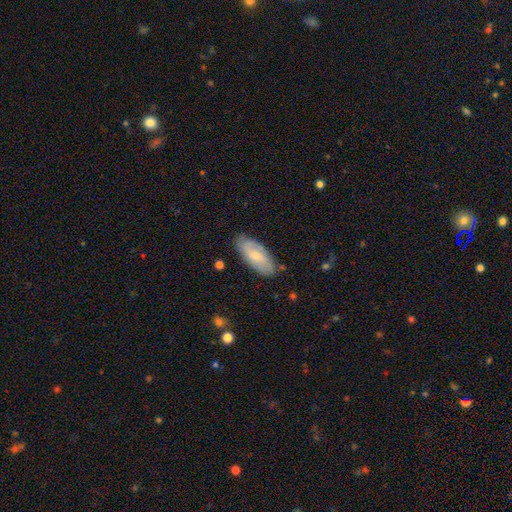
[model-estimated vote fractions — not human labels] This appears to be a smooth galaxy with no disk features (60%) that is in between round and cigar-shaped (86%). Merging: none (80%).